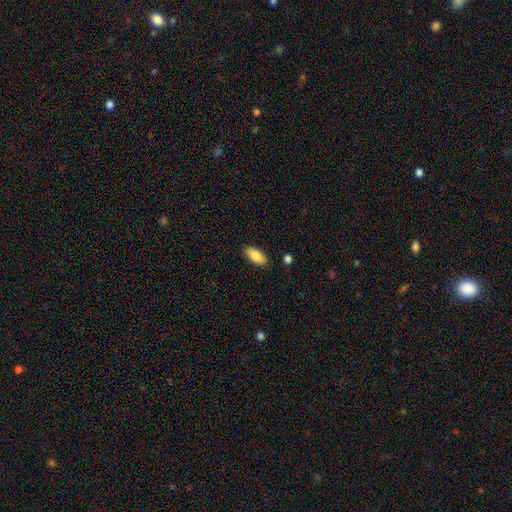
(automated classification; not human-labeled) Smooth or featured? smooth (85%)
How rounded? in between (88%)
Merging? none (87%)